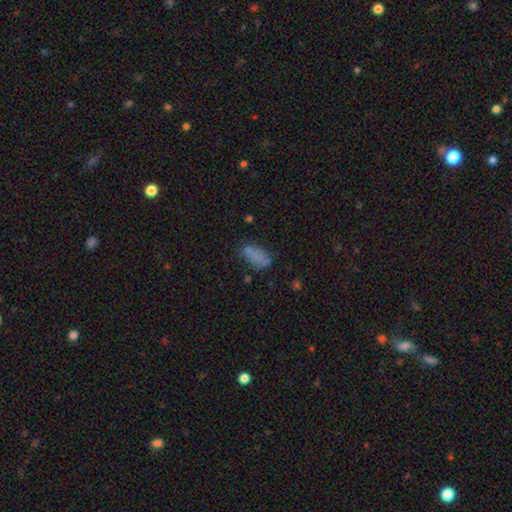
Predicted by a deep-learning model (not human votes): Smooth or featured? Predicted: smooth (p=0.70). How rounded? Predicted: in between (p=0.87). Merging? Predicted: none (p=0.51).